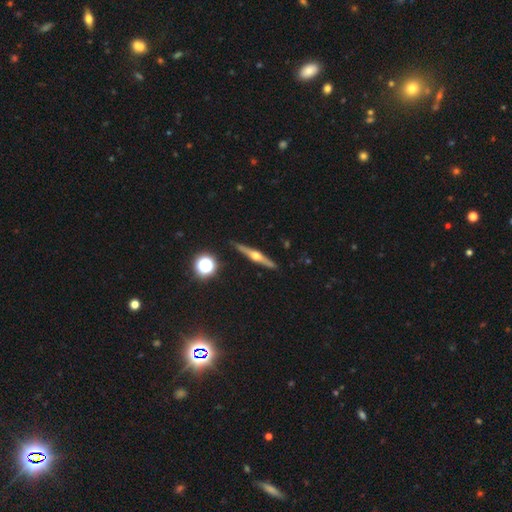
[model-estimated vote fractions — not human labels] Overall: featured or disk (75%). Edge-on disk: yes (98%). Edge-on bulge: rounded (94%). Merging: none (90%).